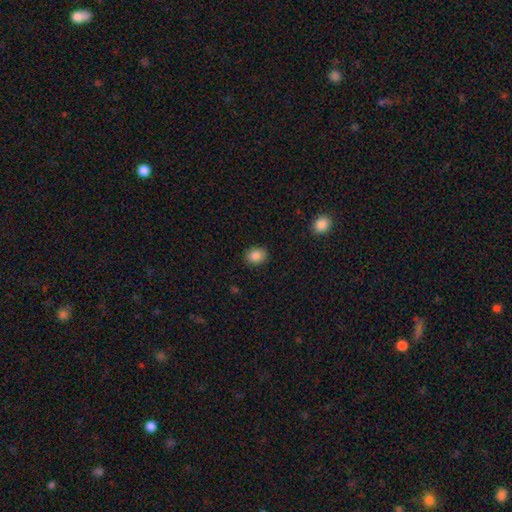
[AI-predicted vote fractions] smooth_or_featured: smooth (p=0.86) [alt: star or artifact p=0.09]
how_rounded: round (p=0.56) [alt: in between p=0.43]
merging: none (p=0.89) [alt: minor disturbance p=0.08]